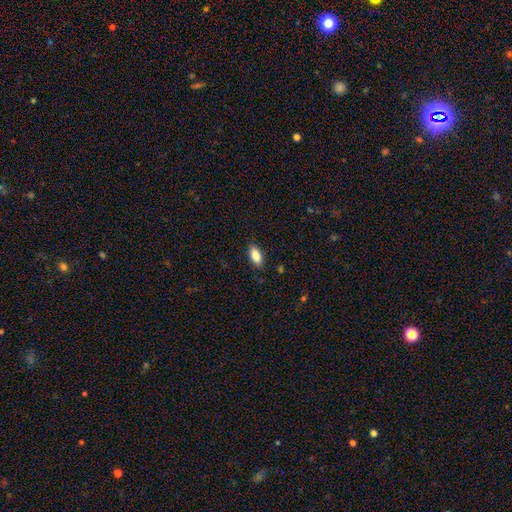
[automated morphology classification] The model was most divided on "how rounded": in between: 87%, cigar-shaped: 11%, round: 2%. More confident: merging — none (87%); smooth or featured — smooth (86%).